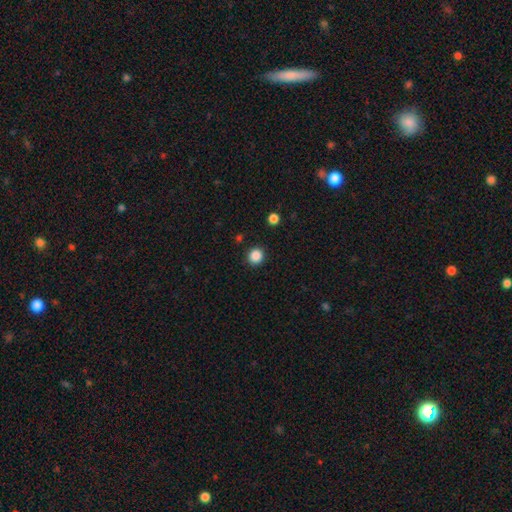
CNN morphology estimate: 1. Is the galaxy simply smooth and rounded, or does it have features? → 87% smooth, 11% star or artifact, 2% featured or disk.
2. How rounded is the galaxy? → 90% round, 9% in between, 1% cigar-shaped.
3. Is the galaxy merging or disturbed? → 91% none, 6% minor disturbance, 2% major disturbance, 1% merger.